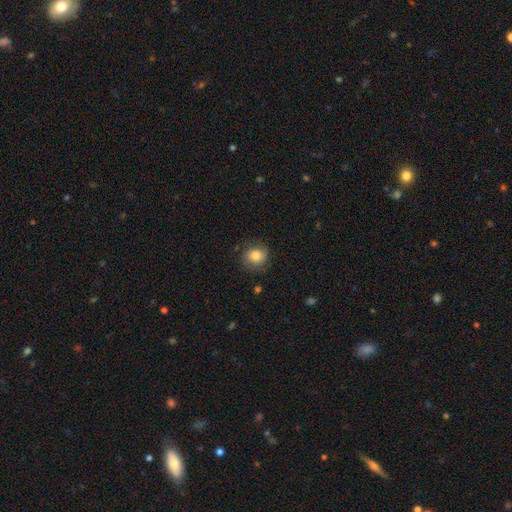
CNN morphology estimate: The model was most divided on "how rounded": round: 76%, in between: 23%, cigar-shaped: 1%. More confident: smooth or featured — smooth (79%); merging — none (76%).